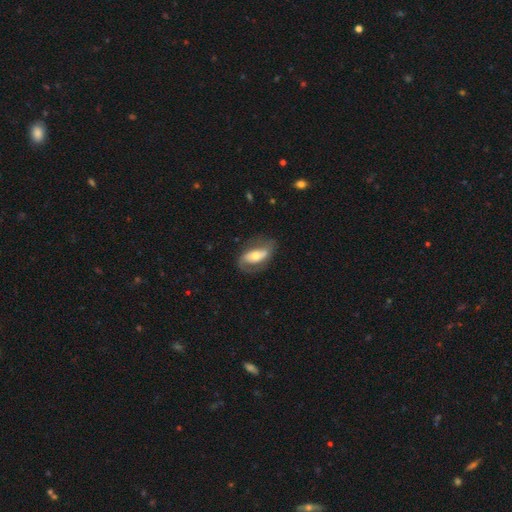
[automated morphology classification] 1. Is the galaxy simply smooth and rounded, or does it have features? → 65% featured or disk, 29% smooth, 6% star or artifact.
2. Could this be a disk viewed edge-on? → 92% no, 8% yes.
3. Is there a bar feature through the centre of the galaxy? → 41% no, 30% strong, 28% weak.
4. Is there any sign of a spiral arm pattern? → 79% yes, 21% no.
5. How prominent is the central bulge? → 61% moderate, 25% small, 11% large, 2% dominant, 2% none.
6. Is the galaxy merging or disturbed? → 65% none, 21% minor disturbance, 13% major disturbance, 2% merger.